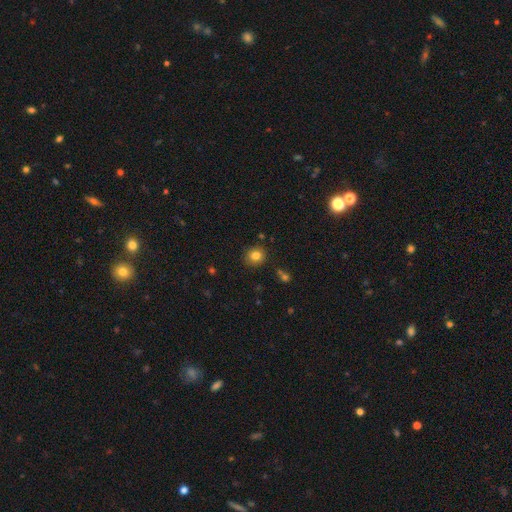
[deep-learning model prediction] Smooth or featured? Predicted: smooth (p=0.81). How rounded? Predicted: round (p=0.84). Merging? Predicted: none (p=0.86).